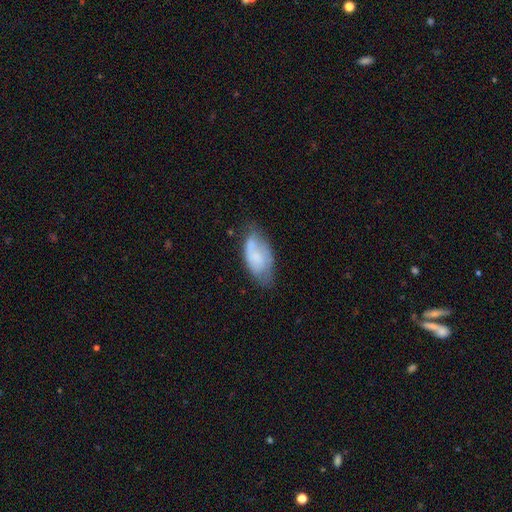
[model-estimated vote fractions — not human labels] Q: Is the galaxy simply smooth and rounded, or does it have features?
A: smooth — 62%.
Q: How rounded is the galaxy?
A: in between — 92%.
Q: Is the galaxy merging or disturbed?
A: none — 48%.